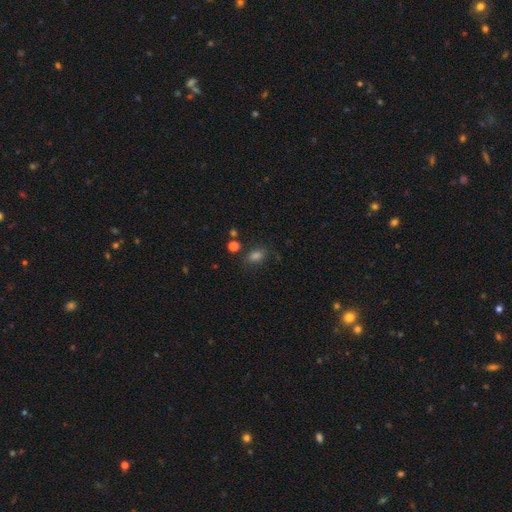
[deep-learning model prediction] Morphology: type=smooth (74%); roundness=in between (78%); merging=none (80%).